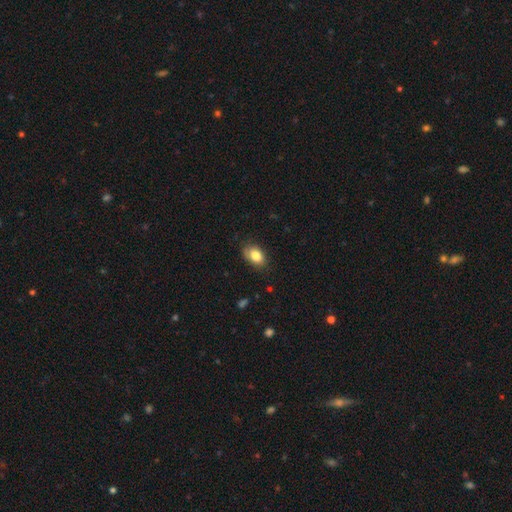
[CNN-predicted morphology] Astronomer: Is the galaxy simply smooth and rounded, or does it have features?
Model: smooth — 81%.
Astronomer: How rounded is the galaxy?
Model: in between — 86%.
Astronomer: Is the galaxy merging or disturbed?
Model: none — 73%.